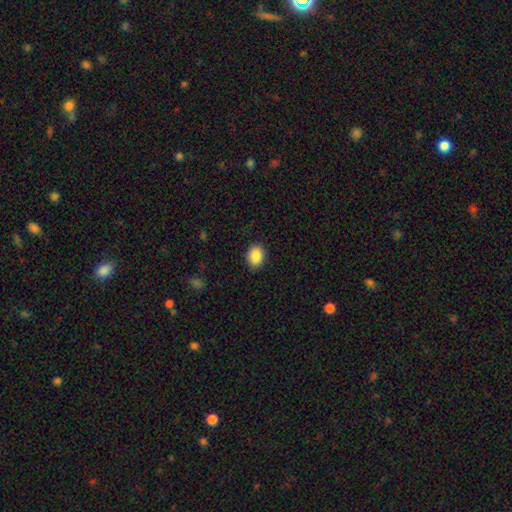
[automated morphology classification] Smooth or featured: smooth — 87% (star or artifact — 8%)
How rounded: in between — 63% (round — 36%)
Merging: none — 88% (minor disturbance — 9%)